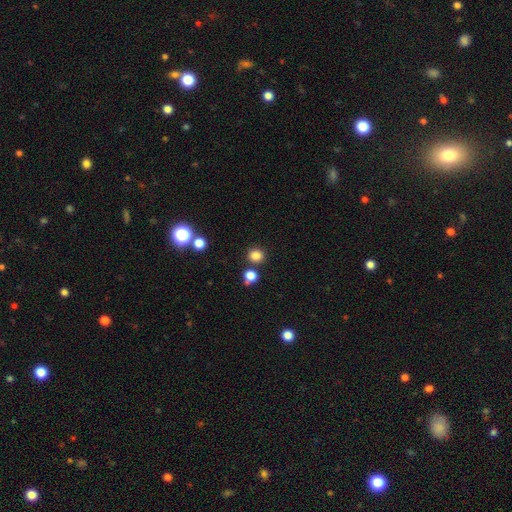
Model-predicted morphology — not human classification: Smooth or featured: smooth — 81% (star or artifact — 15%)
How rounded: round — 84% (in between — 15%)
Merging: none — 82% (merger — 8%)